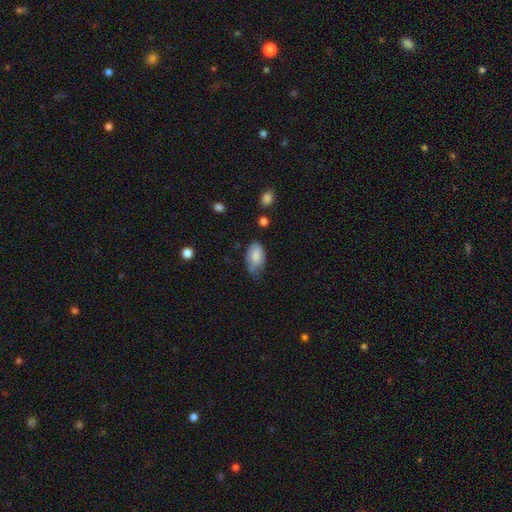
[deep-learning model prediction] Overall: smooth (82%). How rounded: in between (93%). Merging: none (44%; minor disturbance 42%).